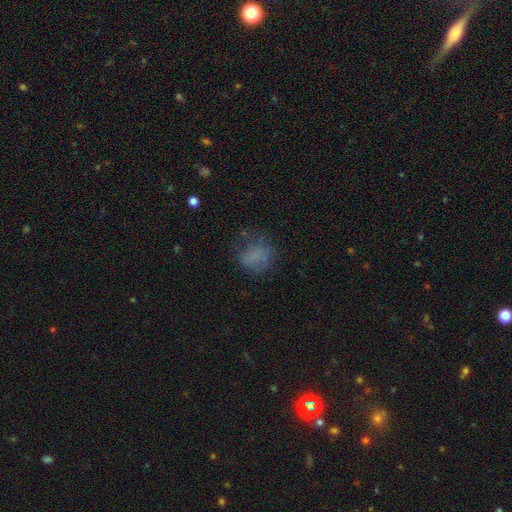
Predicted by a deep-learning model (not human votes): A smooth galaxy with no disk features (66%) that is round (59%). Merging: none (54%).